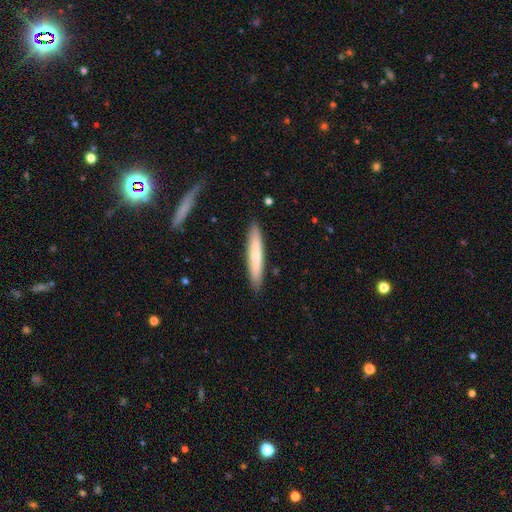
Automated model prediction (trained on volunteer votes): The model was most divided on "smooth or featured": smooth: 64%, featured or disk: 31%, star or artifact: 5%. More confident: how rounded — cigar-shaped (92%); merging — none (89%).